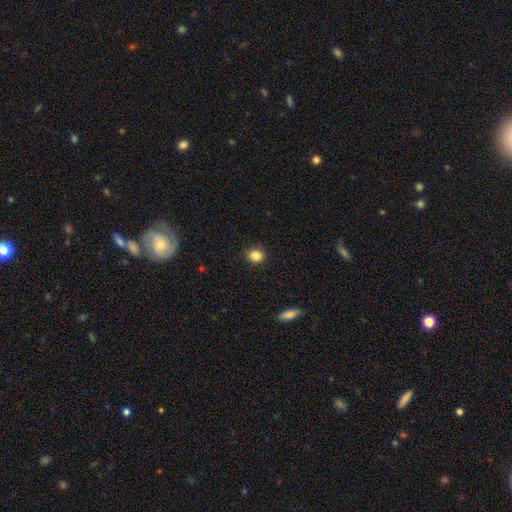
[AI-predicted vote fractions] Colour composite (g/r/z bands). It shows a smooth galaxy with no disk features (85%) that is round (77%). Merging: none (89%).